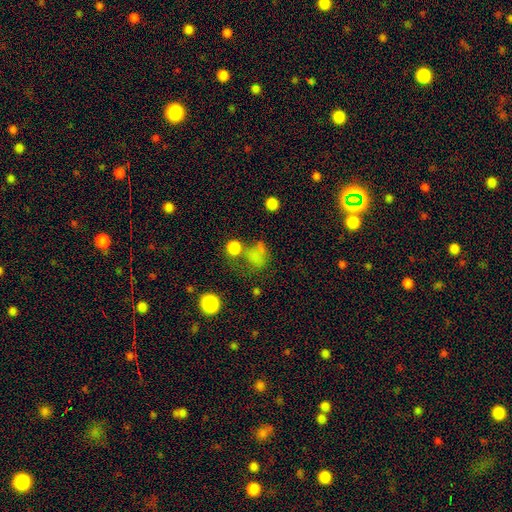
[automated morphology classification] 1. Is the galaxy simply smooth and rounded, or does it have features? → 67% smooth, 20% star or artifact, 13% featured or disk.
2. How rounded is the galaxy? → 61% round, 37% in between, 2% cigar-shaped.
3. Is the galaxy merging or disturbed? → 38% none, 25% merger, 20% major disturbance, 17% minor disturbance.